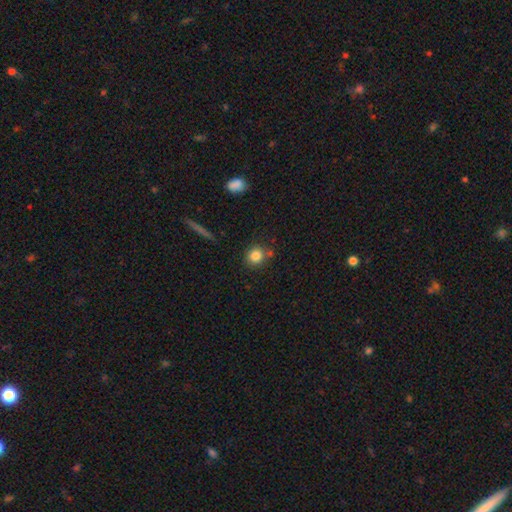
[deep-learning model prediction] smooth-or-featured: smooth: 83% | star or artifact: 10% | featured or disk: 6%
  how-rounded: round: 86% | in between: 12% | cigar-shaped: 1%
  merging: none: 75% | minor disturbance: 12% | merger: 9% | major disturbance: 3%